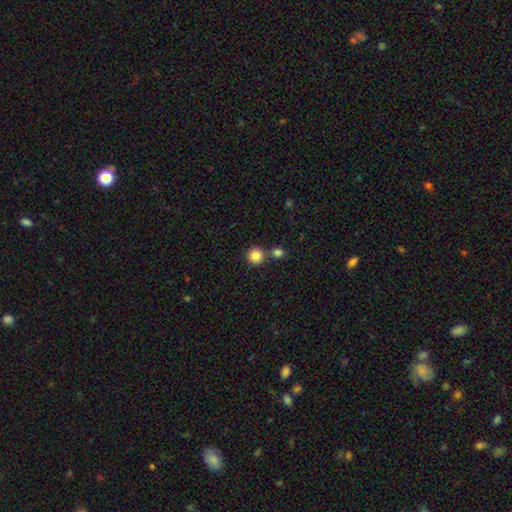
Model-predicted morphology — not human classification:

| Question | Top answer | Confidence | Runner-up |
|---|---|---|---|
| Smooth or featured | smooth | 84% | star or artifact (10%) |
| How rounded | round | 94% | in between (5%) |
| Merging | none | 67% | merger (24%) |